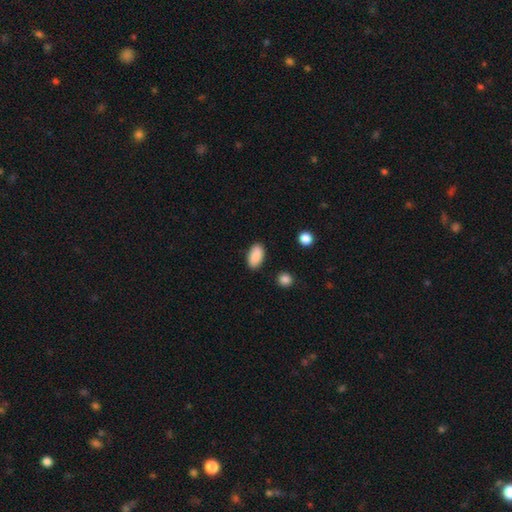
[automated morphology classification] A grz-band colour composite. It shows a smooth galaxy with no disk features (90%) that is in between round and cigar-shaped (93%). Merging: none (87%).